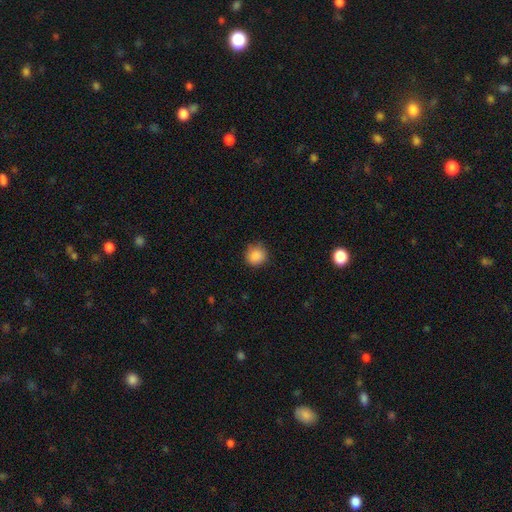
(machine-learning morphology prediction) A smooth galaxy with no disk features (88%) that is round (87%).

Vote fractions:
- Smooth or featured? smooth: 88% / star or artifact: 9% / featured or disk: 3%
- How rounded? round: 87% / in between: 12% / cigar-shaped: 1%
- Merging? none: 81% / minor disturbance: 15% / major disturbance: 3% / merger: 1%